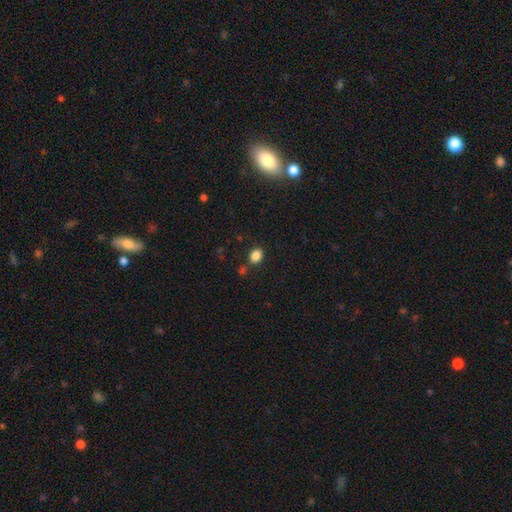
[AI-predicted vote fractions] Smooth or featured? Predicted: smooth (p=0.85). How rounded? Predicted: in between (p=0.58). Merging? Predicted: none (p=0.77).